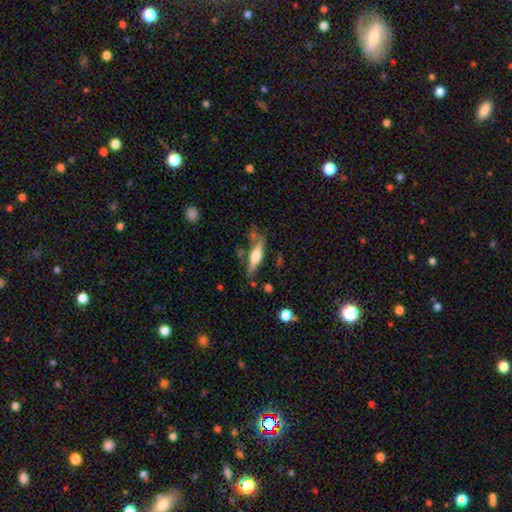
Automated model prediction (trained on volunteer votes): Q: Smooth or featured?
A: featured or disk (51%); runner-up: smooth (43%)
Q: Edge-on disk?
A: yes (92%); runner-up: no (8%)
Q: Merging?
A: none (67%); runner-up: minor disturbance (19%)